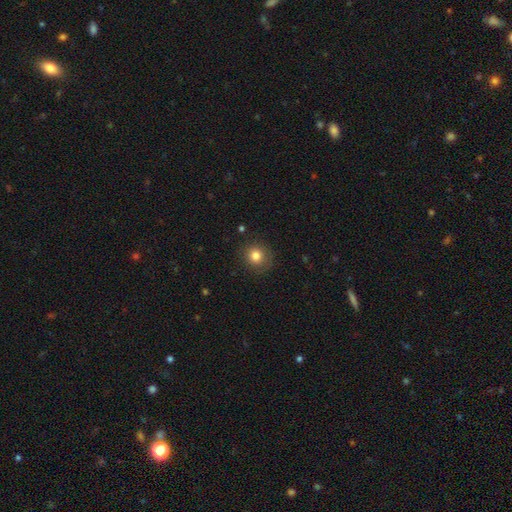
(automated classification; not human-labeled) Smooth or featured?
  - smooth: 82% *
  - star or artifact: 12%
  - featured or disk: 7%
How rounded?
  - round: 89% *
  - in between: 10%
  - cigar-shaped: 1%
Merging?
  - none: 87% *
  - minor disturbance: 9%
  - major disturbance: 3%
  - merger: 1%